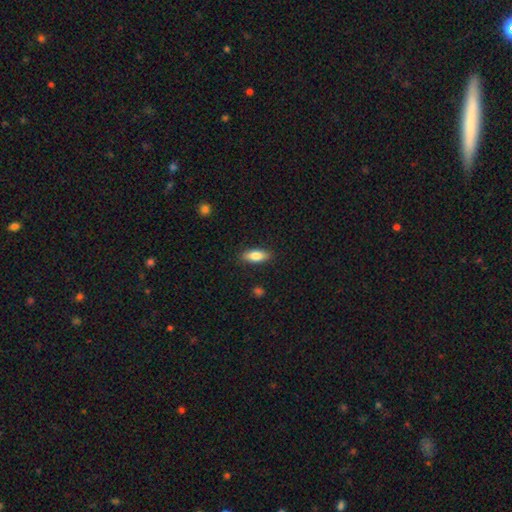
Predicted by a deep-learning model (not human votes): A smooth galaxy with no disk features (80%) that is in between round and cigar-shaped (75%). Merging: none (88%).